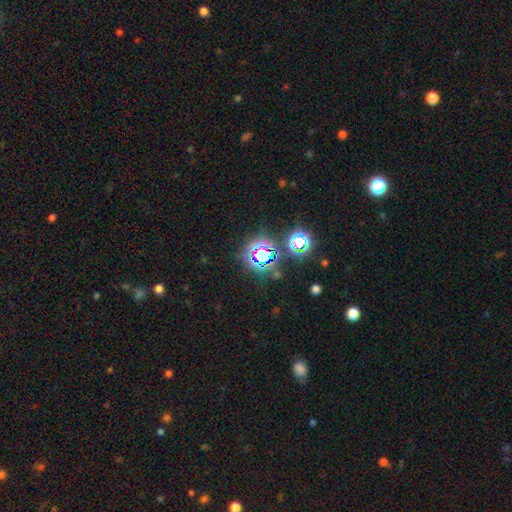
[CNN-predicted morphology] This appears to be a star or artifact, not a galaxy (67%).